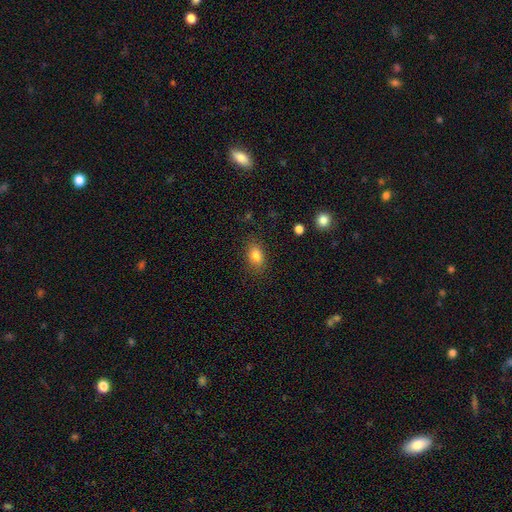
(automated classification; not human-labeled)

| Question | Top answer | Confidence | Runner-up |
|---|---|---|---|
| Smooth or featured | smooth | 81% | star or artifact (10%) |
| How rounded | in between | 80% | round (18%) |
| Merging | none | 84% | minor disturbance (11%) |